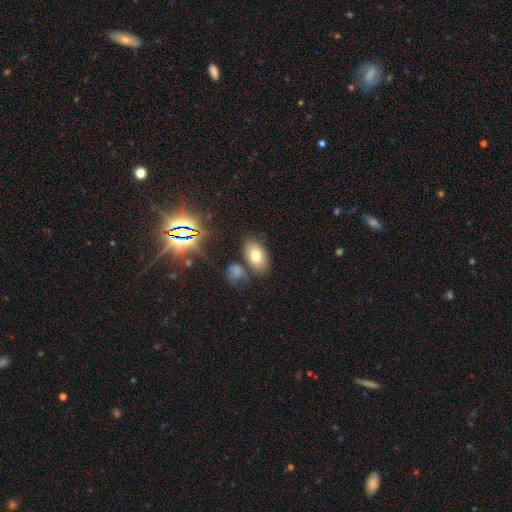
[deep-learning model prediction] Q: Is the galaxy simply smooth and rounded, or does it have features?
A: smooth — 71%.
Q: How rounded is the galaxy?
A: in between — 91%.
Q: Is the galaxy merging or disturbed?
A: none — 75%.